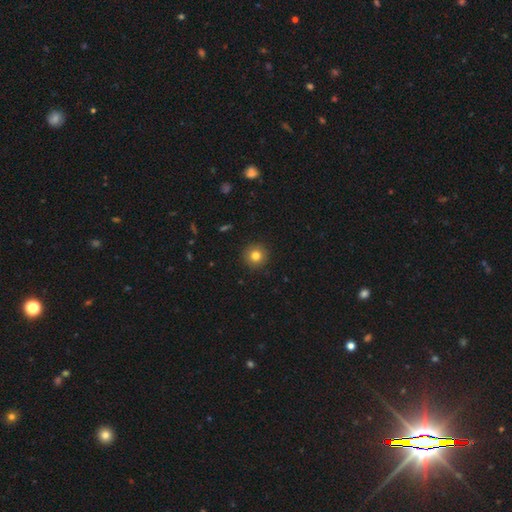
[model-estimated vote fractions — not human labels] Morphology: type=smooth (80%); roundness=round (95%); merging=none (92%).